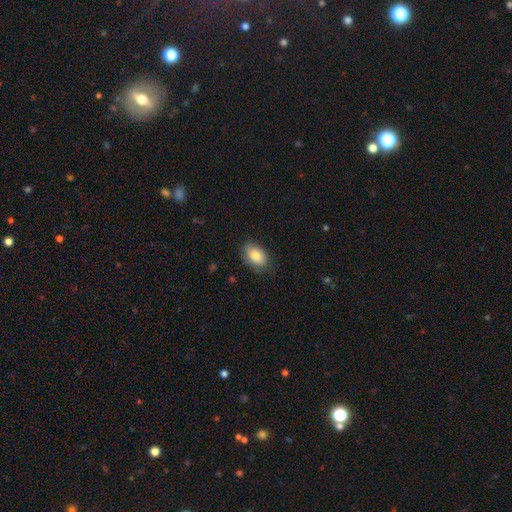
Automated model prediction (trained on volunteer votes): smooth-or-featured: smooth: 84% | featured or disk: 9% | star or artifact: 7%
  how-rounded: in between: 90% | round: 9% | cigar-shaped: 2%
  merging: none: 77% | minor disturbance: 19% | major disturbance: 4% | merger: 1%